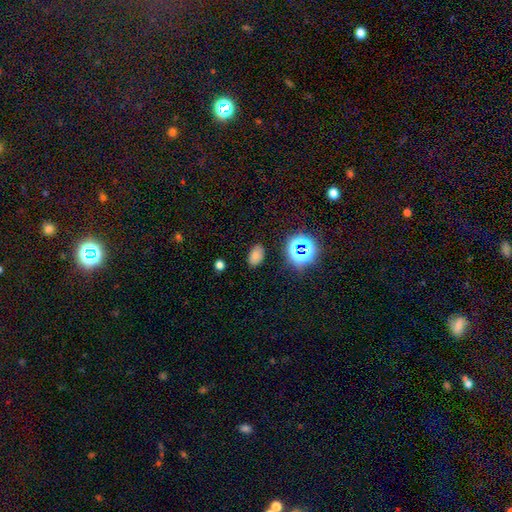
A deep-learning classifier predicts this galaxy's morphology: Overall: smooth (73%). How rounded: in between (89%). Merging: none (82%).